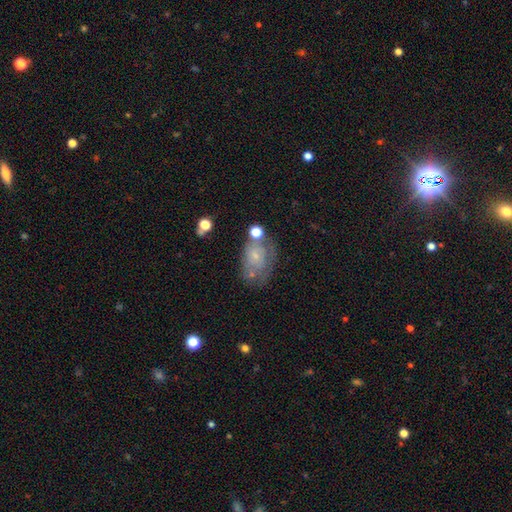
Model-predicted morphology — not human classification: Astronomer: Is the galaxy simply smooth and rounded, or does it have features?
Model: smooth — 47% (runner-up: featured or disk, 41%).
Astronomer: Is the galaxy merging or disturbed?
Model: none — 41% (runner-up: minor disturbance, 27%).